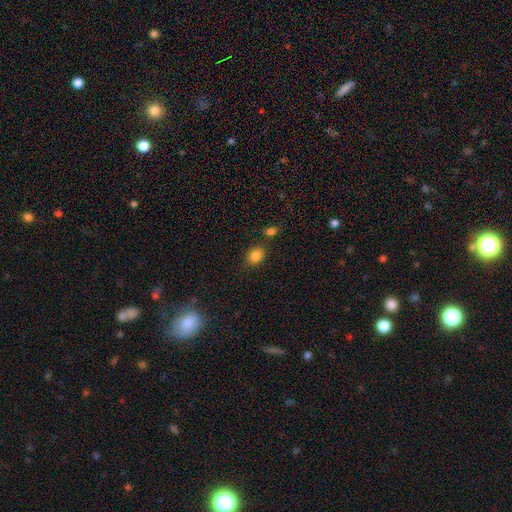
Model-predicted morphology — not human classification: Smooth or featured?
  - smooth: 84% *
  - star or artifact: 10%
  - featured or disk: 6%
How rounded?
  - in between: 62% *
  - round: 36%
  - cigar-shaped: 1%
Merging?
  - none: 75% *
  - minor disturbance: 13%
  - merger: 8%
  - major disturbance: 4%